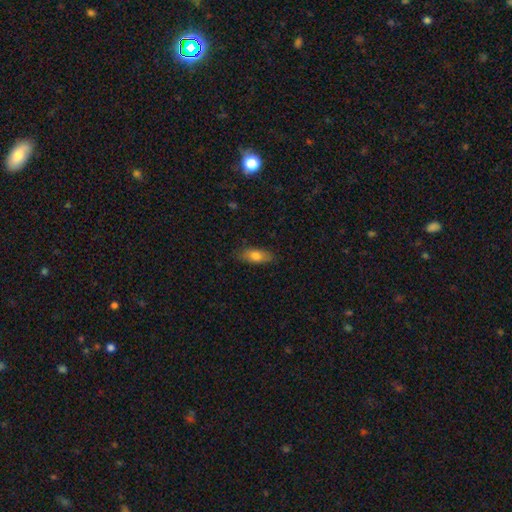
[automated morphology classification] The model was most divided on "smooth or featured": smooth: 76%, featured or disk: 17%, star or artifact: 7%. More confident: merging — none (83%); how rounded — in between (78%).